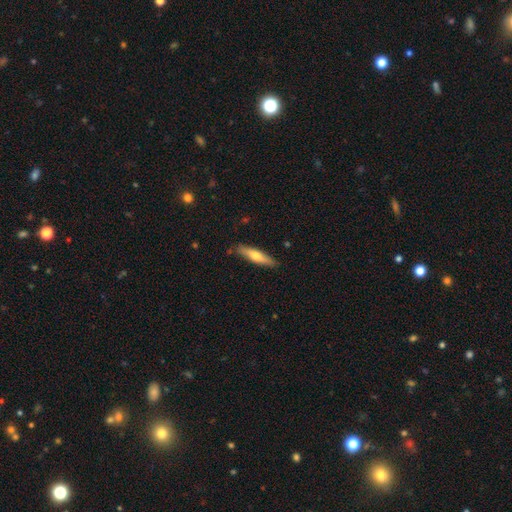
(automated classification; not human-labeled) smooth-or-featured: smooth: 58% | featured or disk: 37% | star or artifact: 6%
  how-rounded: cigar-shaped: 78% | in between: 20% | round: 2%
  merging: none: 86% | minor disturbance: 11% | major disturbance: 2% | merger: 2%